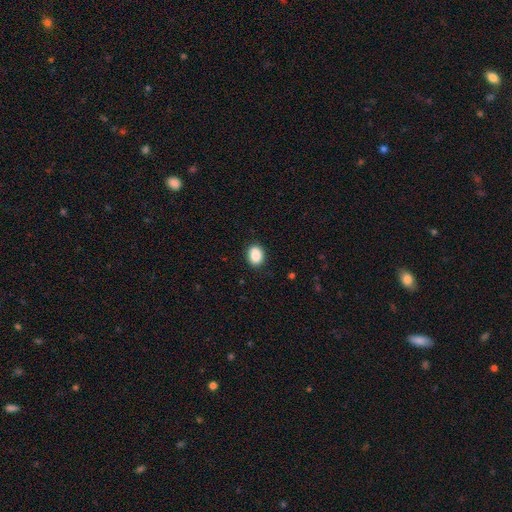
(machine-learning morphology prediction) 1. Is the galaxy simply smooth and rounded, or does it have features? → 89% smooth, 8% star or artifact, 3% featured or disk.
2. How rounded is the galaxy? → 70% in between, 29% round, 1% cigar-shaped.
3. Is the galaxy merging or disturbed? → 89% none, 8% minor disturbance, 2% major disturbance, 1% merger.